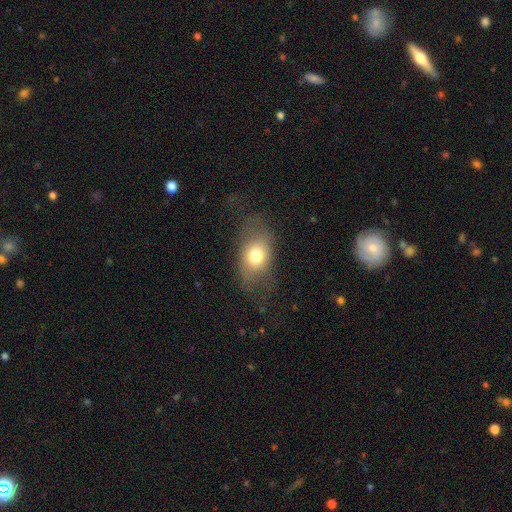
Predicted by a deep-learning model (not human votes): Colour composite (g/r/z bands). It shows a smooth galaxy with no disk features (71%) that is in between round and cigar-shaped (73%). Merging: none (56%).